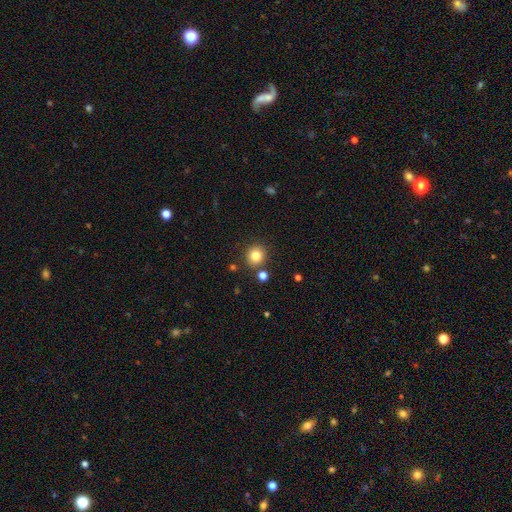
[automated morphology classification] The model was most divided on "smooth or featured": smooth: 81%, star or artifact: 12%, featured or disk: 6%. More confident: how rounded — round (89%); merging — none (85%).